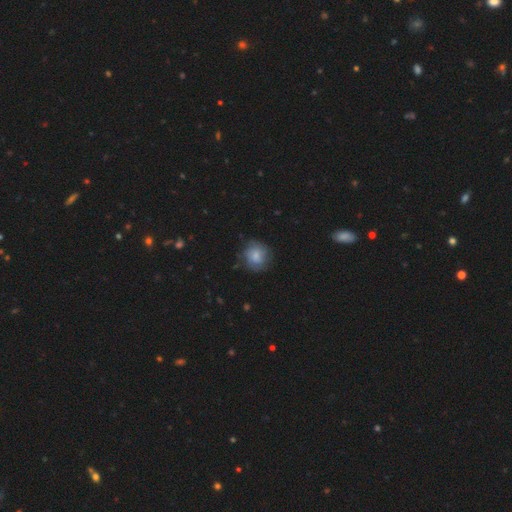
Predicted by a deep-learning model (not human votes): Smooth or featured: smooth — 67% (featured or disk — 25%)
How rounded: round — 83% (in between — 16%)
Merging: none — 72% (minor disturbance — 19%)